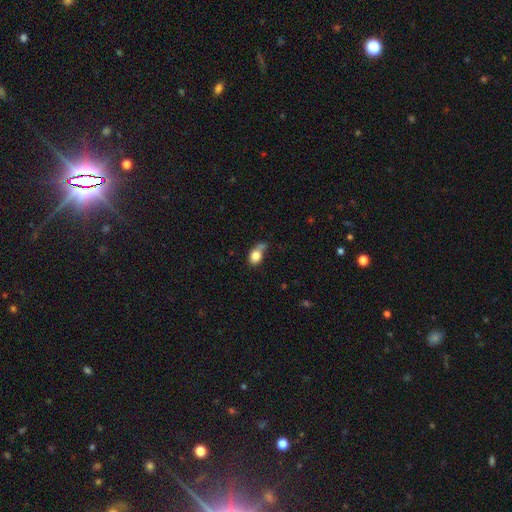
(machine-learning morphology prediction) This is likely a smooth galaxy (80%). How rounded: likely in between (67%). Merging: marginally none (37%).